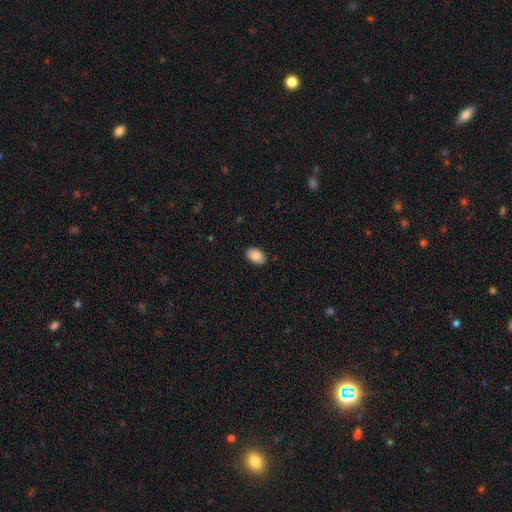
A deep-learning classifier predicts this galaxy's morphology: Smooth or featured? smooth (89%)
How rounded? in between (89%)
Merging? none (88%)